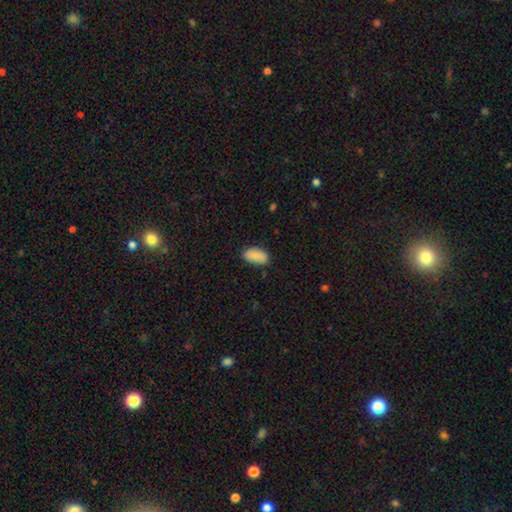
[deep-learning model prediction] A smooth galaxy with no disk features (82%) that is in between round and cigar-shaped (93%).

Vote fractions:
- Smooth or featured? smooth: 82% / featured or disk: 12% / star or artifact: 7%
- How rounded? in between: 93% / round: 4% / cigar-shaped: 2%
- Merging? none: 78% / minor disturbance: 17% / major disturbance: 3% / merger: 2%